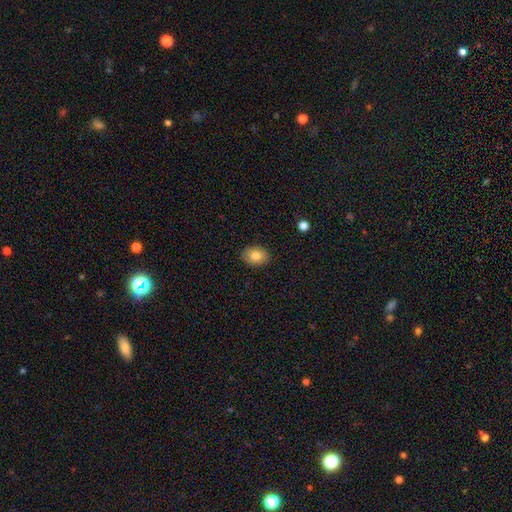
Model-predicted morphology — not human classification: A smooth galaxy with no disk features (82%) that is in between round and cigar-shaped (73%).

Vote fractions:
- Smooth or featured? smooth: 82% / featured or disk: 10% / star or artifact: 8%
- How rounded? in between: 73% / round: 26% / cigar-shaped: 1%
- Merging? none: 89% / minor disturbance: 8% / major disturbance: 2% / merger: 1%